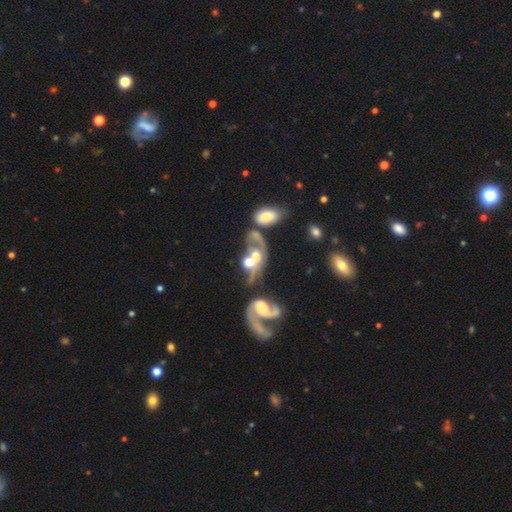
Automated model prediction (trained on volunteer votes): Q: Smooth or featured?
A: featured or disk (57%); runner-up: smooth (31%)
Q: Edge-on disk?
A: no (95%); runner-up: yes (5%)
Q: Bar?
A: no (73%); runner-up: weak (20%)
Q: Spiral arms?
A: yes (56%); runner-up: no (44%)
Q: Bulge size?
A: moderate (41%); runner-up: large (26%)
Q: Merging?
A: merger (63%); runner-up: major disturbance (17%)